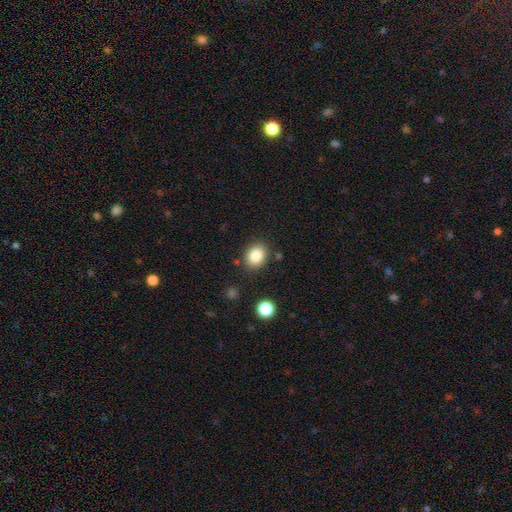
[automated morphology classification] smooth-or-featured: smooth: 84% | star or artifact: 10% | featured or disk: 6%
  how-rounded: round: 55% | in between: 44% | cigar-shaped: 1%
  merging: none: 84% | minor disturbance: 10% | merger: 3% | major disturbance: 3%